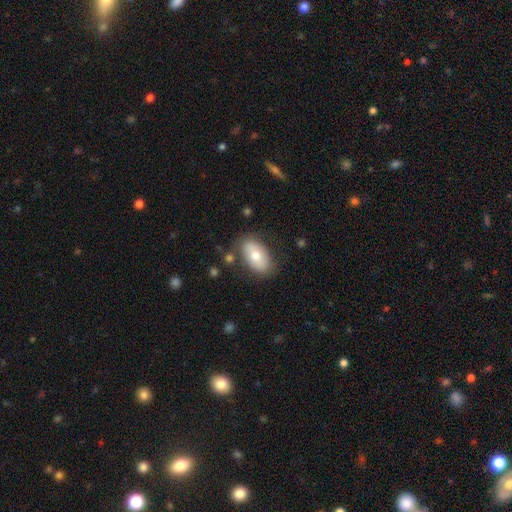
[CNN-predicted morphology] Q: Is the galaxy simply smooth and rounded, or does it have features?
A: smooth — 67%.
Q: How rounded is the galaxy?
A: in between — 92%.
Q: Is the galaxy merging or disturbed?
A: none — 78%.